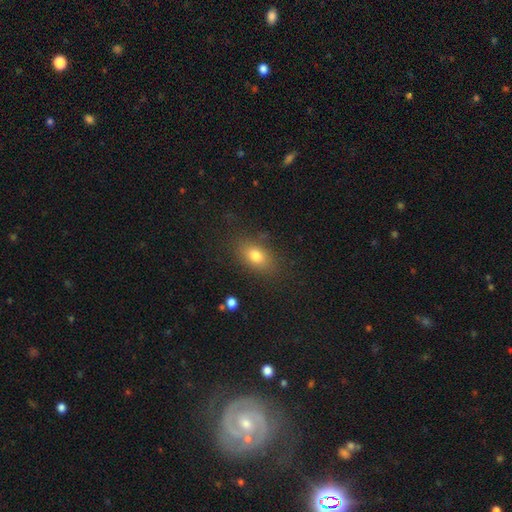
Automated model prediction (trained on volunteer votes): smooth-or-featured: smooth: 78% | star or artifact: 12% | featured or disk: 11%
  how-rounded: in between: 80% | round: 16% | cigar-shaped: 3%
  merging: none: 80% | minor disturbance: 13% | major disturbance: 5% | merger: 2%